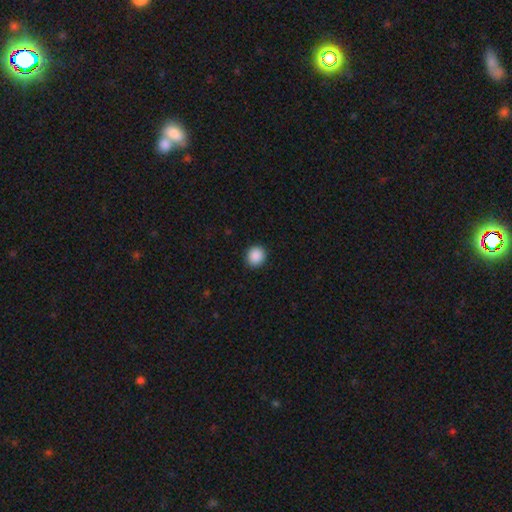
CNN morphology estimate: Smooth or featured? Predicted: smooth (p=0.89). How rounded? Predicted: round (p=0.84). Merging? Predicted: none (p=0.91).